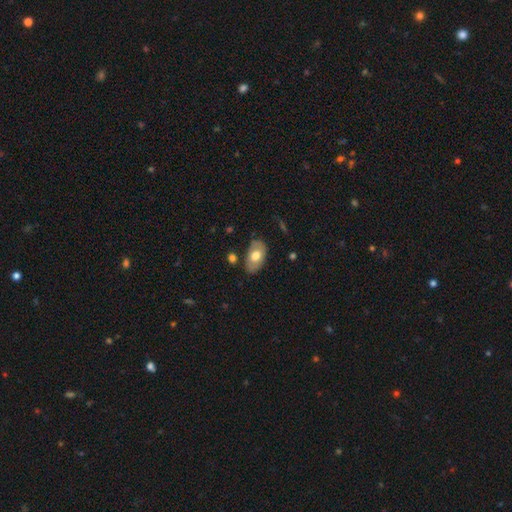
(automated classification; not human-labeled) Morphology: type=smooth (67%); roundness=in between (93%); merging=none (77%).